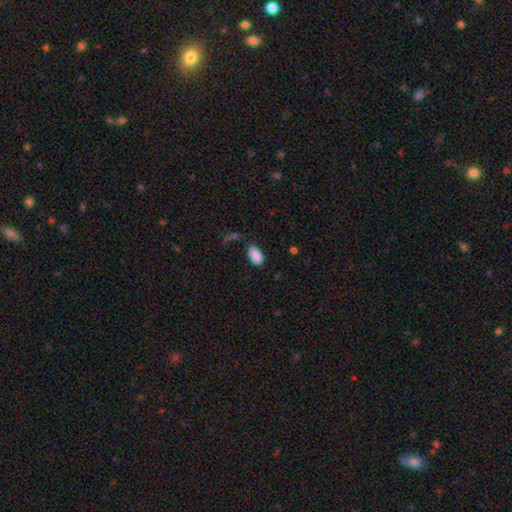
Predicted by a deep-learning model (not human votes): This is clearly a smooth galaxy (89%). How rounded: clearly in between (94%). Merging: likely none (73%).